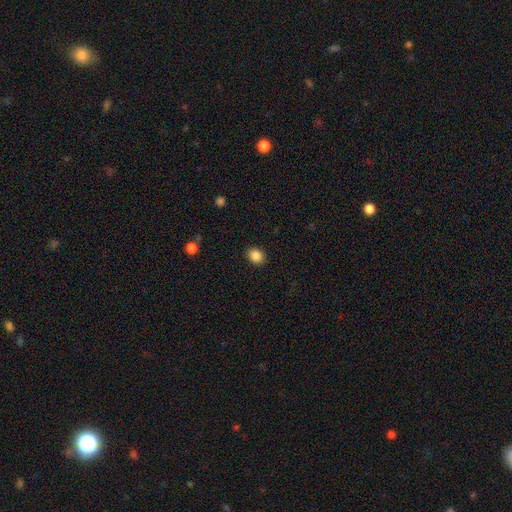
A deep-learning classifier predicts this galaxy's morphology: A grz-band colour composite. It shows a smooth galaxy with no disk features (87%) that is round (54%). Merging: none (90%).